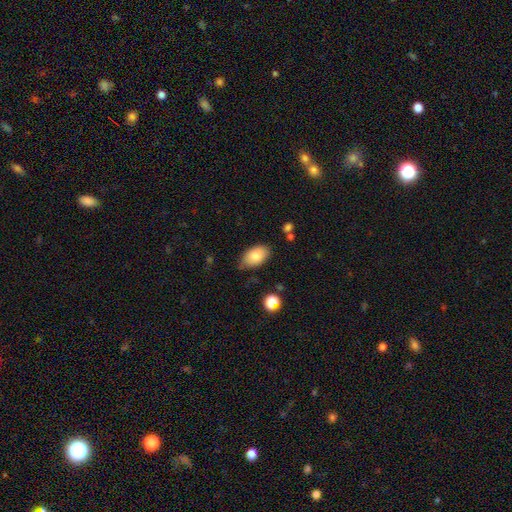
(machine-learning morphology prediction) smooth 82%, featured or disk 11%, star or artifact 8%. Down the decision tree: how rounded — in between (94%); merging — none (73%).